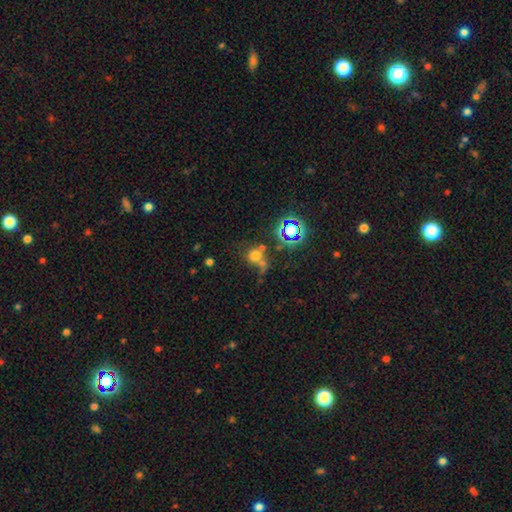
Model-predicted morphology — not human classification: Smooth or featured?
  - smooth: 61% *
  - star or artifact: 28%
  - featured or disk: 12%
How rounded?
  - round: 84% *
  - in between: 15%
  - cigar-shaped: 1%
Merging?
  - none: 48% *
  - merger: 30%
  - minor disturbance: 12%
  - major disturbance: 9%